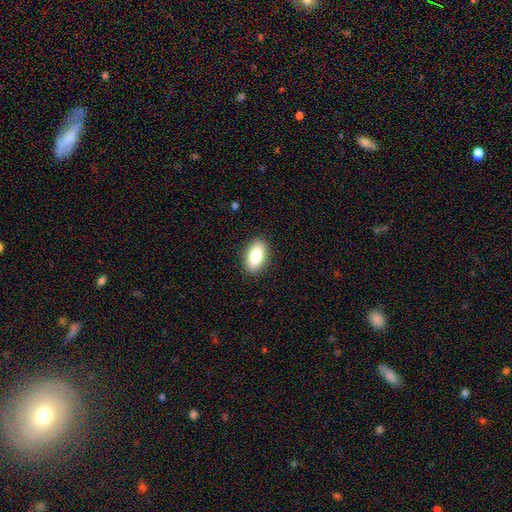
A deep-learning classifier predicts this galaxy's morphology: smooth_or_featured: smooth (p=0.82) [alt: featured or disk p=0.11]
how_rounded: in between (p=0.91) [alt: round p=0.05]
merging: none (p=0.89) [alt: minor disturbance p=0.08]